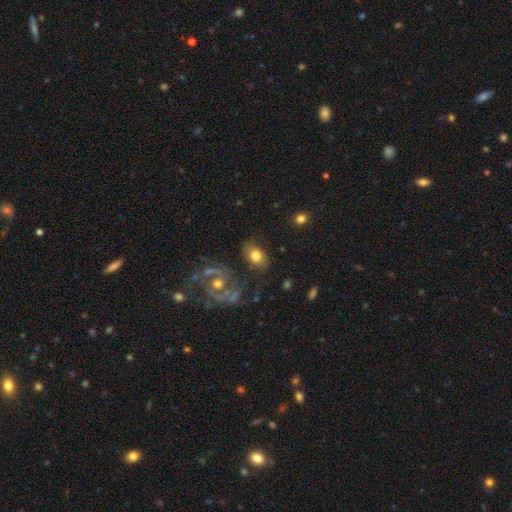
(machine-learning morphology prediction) A smooth galaxy with no disk features (70%) that is in between round and cigar-shaped (76%). Merging: none (69%).